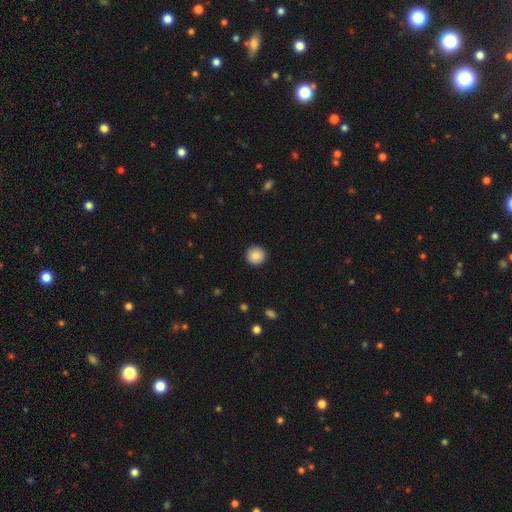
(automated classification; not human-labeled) Smooth or featured? smooth (87%)
How rounded? round (96%)
Merging? none (93%)